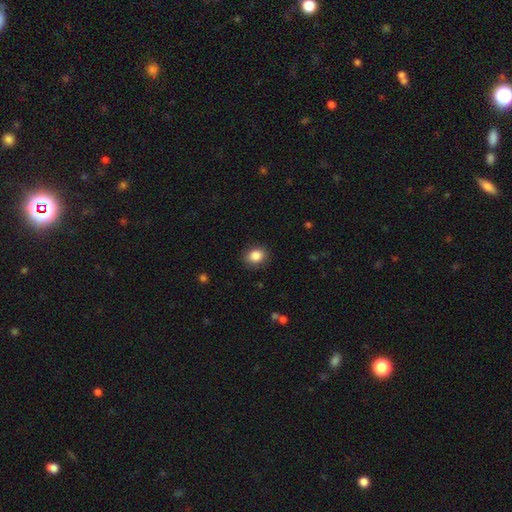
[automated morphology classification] This is clearly a smooth galaxy (86%). How rounded: possibly round (57%). Merging: clearly none (86%).